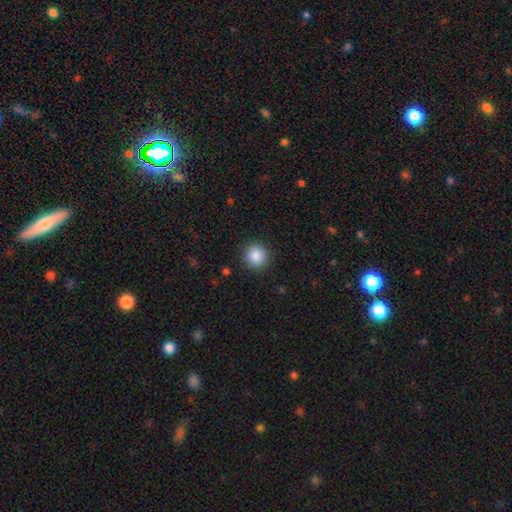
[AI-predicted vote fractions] A smooth galaxy with no disk features (87%) that is round (94%). Merging: none (91%).